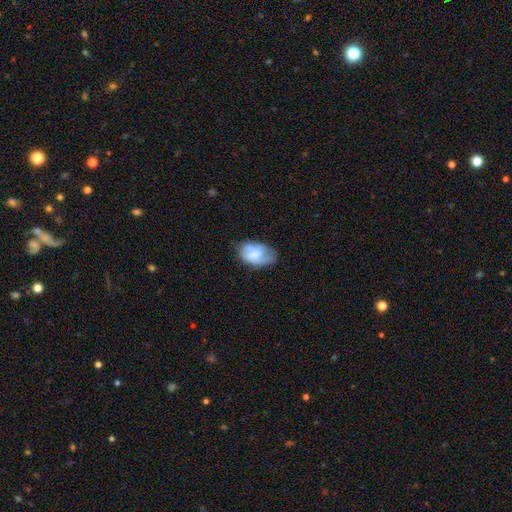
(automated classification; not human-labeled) This appears to be a smooth galaxy with no disk features (65%) that is in between round and cigar-shaped (89%). Merging: none (57%).